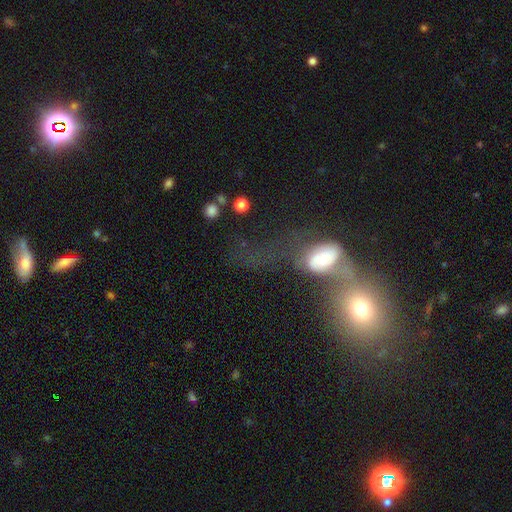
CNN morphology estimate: Smooth or featured? smooth (46%)
Merging? merger (61%)